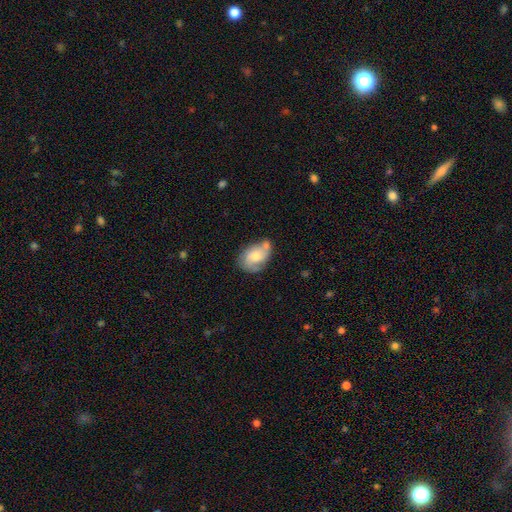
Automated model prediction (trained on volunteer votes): This is possibly a smooth galaxy (51%). How rounded: likely in between (79%). Merging: marginally none (43%).